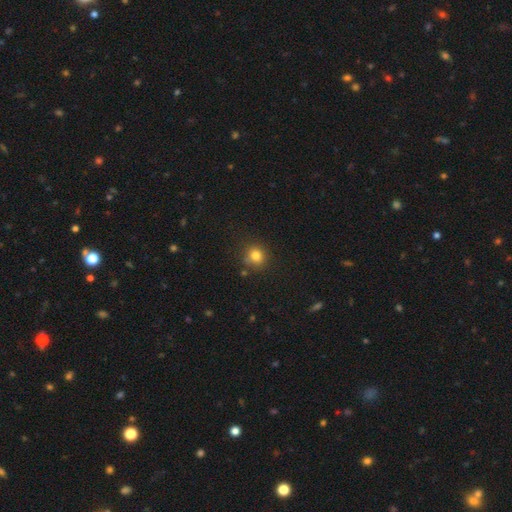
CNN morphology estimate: A smooth galaxy with no disk features (81%) that is round (88%).

Vote fractions:
- Smooth or featured? smooth: 81% / star or artifact: 13% / featured or disk: 6%
- How rounded? round: 88% / in between: 11% / cigar-shaped: 1%
- Merging? none: 82% / minor disturbance: 11% / merger: 4% / major disturbance: 3%